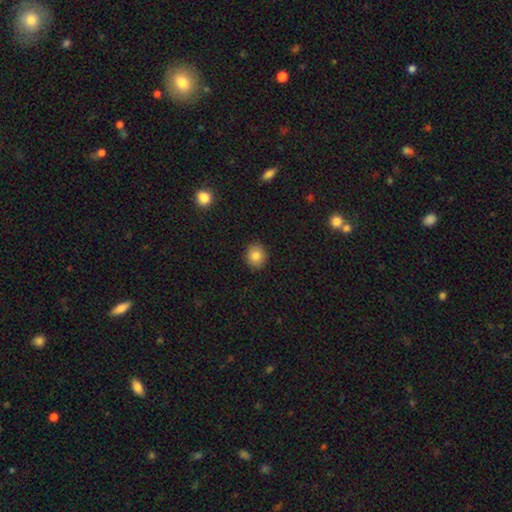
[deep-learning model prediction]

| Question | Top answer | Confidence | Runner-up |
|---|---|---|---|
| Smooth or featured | smooth | 83% | star or artifact (10%) |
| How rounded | round | 79% | in between (20%) |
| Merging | none | 91% | minor disturbance (7%) |